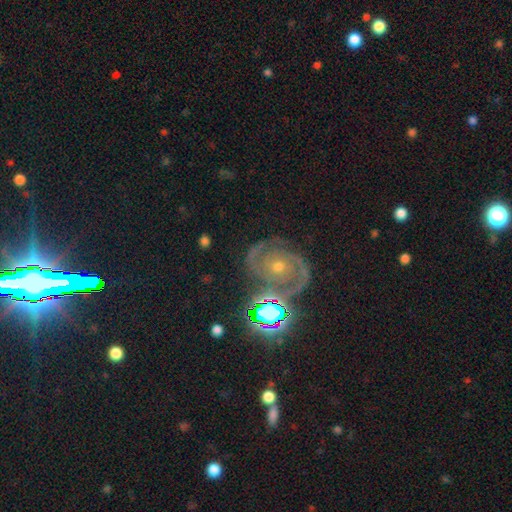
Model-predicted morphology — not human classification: This is likely a featured or disk galaxy (70%). It is clearly not viewed edge-on (97%). Bar: likely no (72%). Spiral arm pattern: clearly yes (95%). Spiral arm count: likely 2 (61%). Spiral winding: possibly tight (55%). Central bulge: possibly small (57%). Merging: likely none (74%).